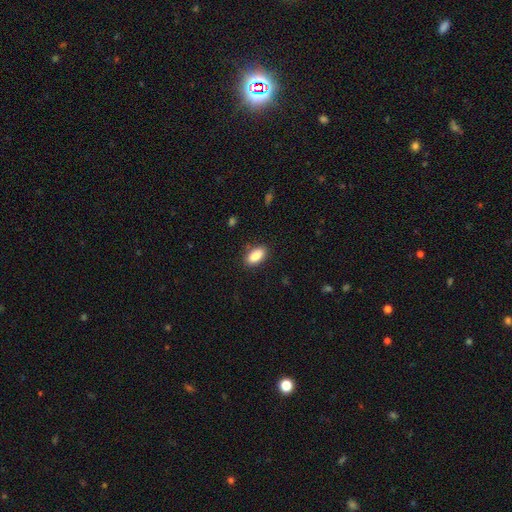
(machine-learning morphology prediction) smooth_or_featured: smooth (p=0.89) [alt: star or artifact p=0.07]
how_rounded: in between (p=0.91) [alt: cigar-shaped p=0.06]
merging: none (p=0.86) [alt: minor disturbance p=0.10]